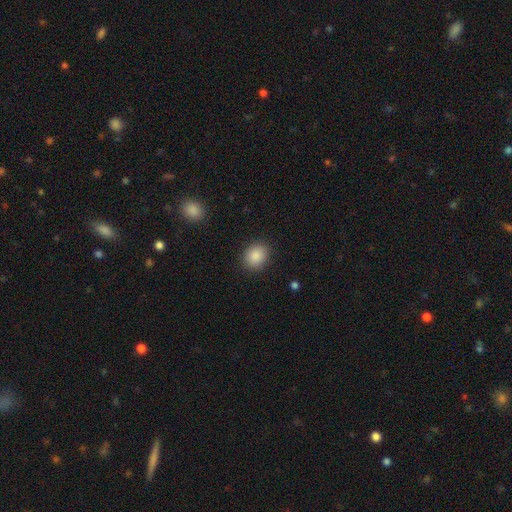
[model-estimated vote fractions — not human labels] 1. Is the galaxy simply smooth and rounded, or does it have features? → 87% smooth, 9% star or artifact, 5% featured or disk.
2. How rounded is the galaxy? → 64% round, 35% in between, 1% cigar-shaped.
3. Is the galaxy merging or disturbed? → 89% none, 8% minor disturbance, 3% major disturbance, 1% merger.